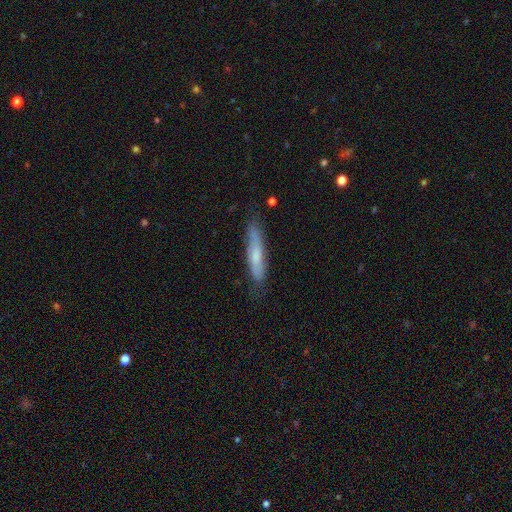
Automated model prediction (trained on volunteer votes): A smooth galaxy with no disk features (56%) that is cigar-shaped (86%).

Vote fractions:
- Smooth or featured? smooth: 56% / featured or disk: 37% / star or artifact: 7%
- How rounded? cigar-shaped: 86% / in between: 12% / round: 2%
- Merging? none: 76% / minor disturbance: 19% / major disturbance: 3% / merger: 2%